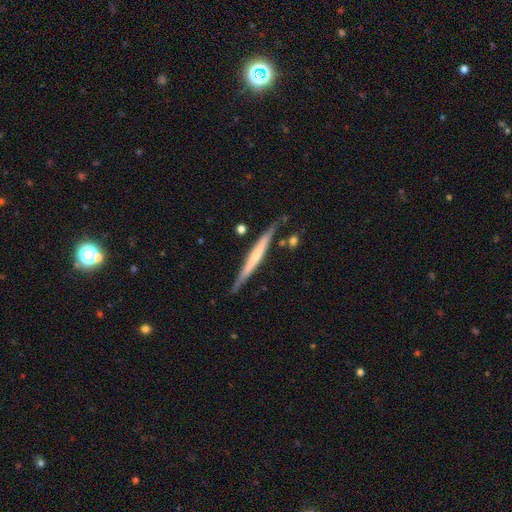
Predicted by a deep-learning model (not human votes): featured or disk 55%, smooth 40%, star or artifact 5%. Down the decision tree: edge-on disk — yes (96%); edge-on bulge — none (69%); merging — none (82%).